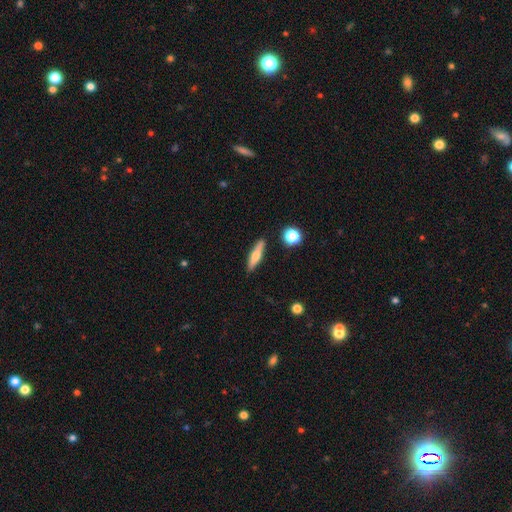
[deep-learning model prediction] Overall: smooth (55%; featured or disk 38%). How rounded: cigar-shaped (74%). Merging: none (87%).